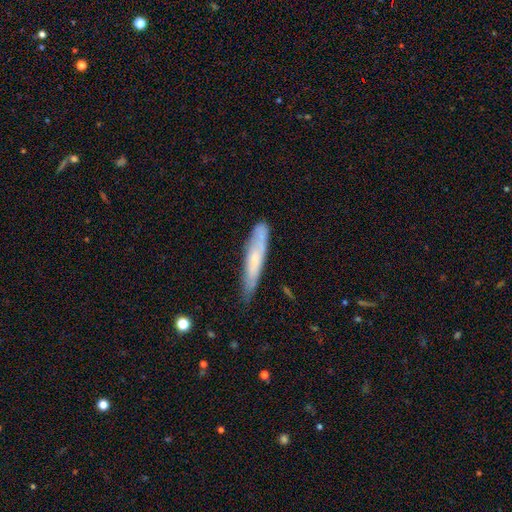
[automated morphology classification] smooth-or-featured: smooth: 49% | featured or disk: 41% | star or artifact: 10%
  merging: none: 77% | minor disturbance: 18% | major disturbance: 3% | merger: 2%